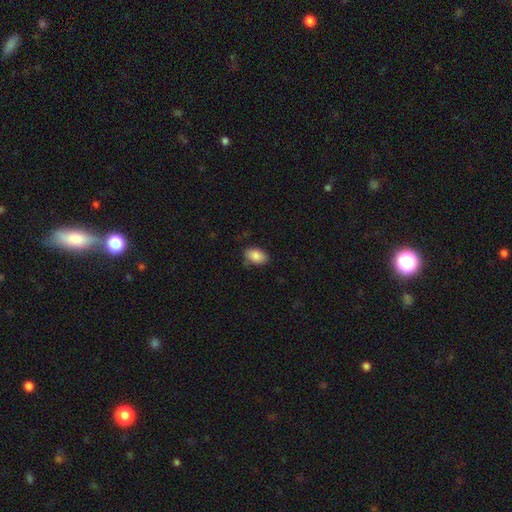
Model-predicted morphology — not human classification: Q: Smooth or featured?
A: smooth (86%); runner-up: star or artifact (7%)
Q: How rounded?
A: in between (91%); runner-up: round (8%)
Q: Merging?
A: none (77%); runner-up: minor disturbance (18%)